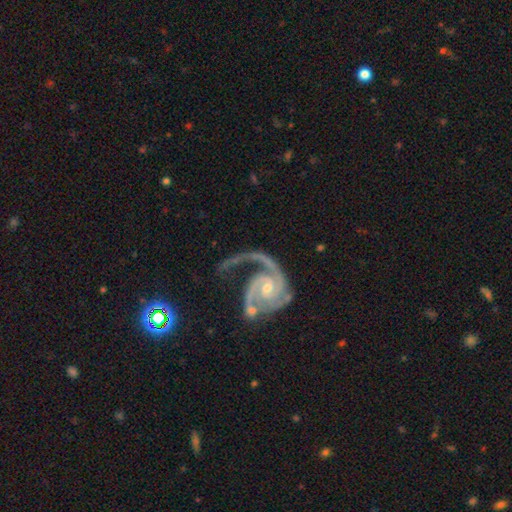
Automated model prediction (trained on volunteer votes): The model was most divided on "spiral winding": medium: 47%, tight: 38%, loose: 15%. Remaining: edge-on disk — no (98%); spiral arms — yes (98%); smooth or featured — featured or disk (91%); spiral arm count — 2 (67%); bulge size — small (63%); bar — no (62%); merging — none (43%).